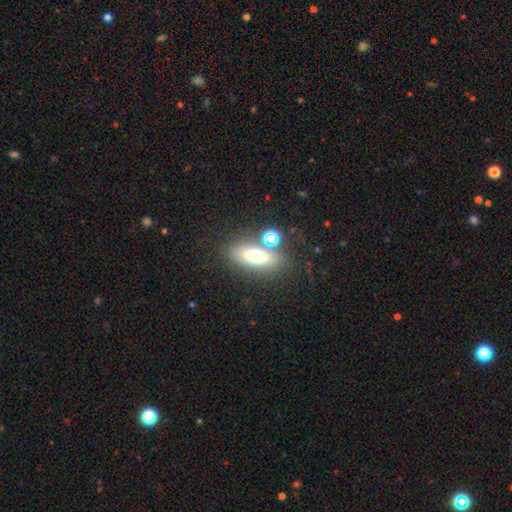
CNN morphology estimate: This is likely a smooth galaxy (66%). How rounded: likely in between (69%). Merging: likely none (70%).